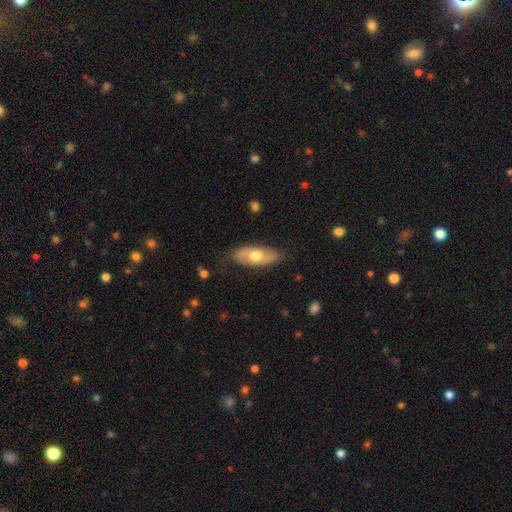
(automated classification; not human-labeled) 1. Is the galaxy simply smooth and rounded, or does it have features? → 54% smooth, 41% featured or disk, 5% star or artifact.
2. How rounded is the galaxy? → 83% in between, 14% cigar-shaped, 3% round.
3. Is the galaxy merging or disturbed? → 80% none, 15% minor disturbance, 3% major disturbance, 1% merger.